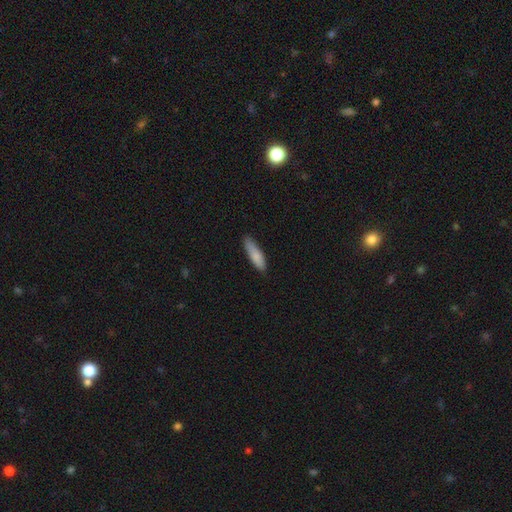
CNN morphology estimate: Q: Smooth or featured?
A: smooth (84%); runner-up: featured or disk (10%)
Q: How rounded?
A: cigar-shaped (66%); runner-up: in between (32%)
Q: Merging?
A: none (78%); runner-up: minor disturbance (18%)